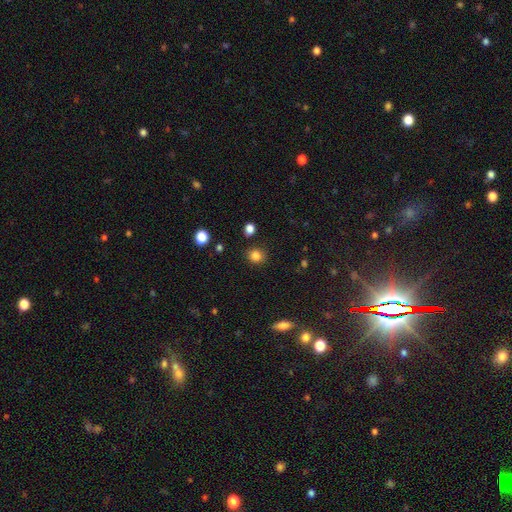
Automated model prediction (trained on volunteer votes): smooth 84%, star or artifact 12%, featured or disk 4%. Down the decision tree: how rounded — round (81%); merging — none (87%).